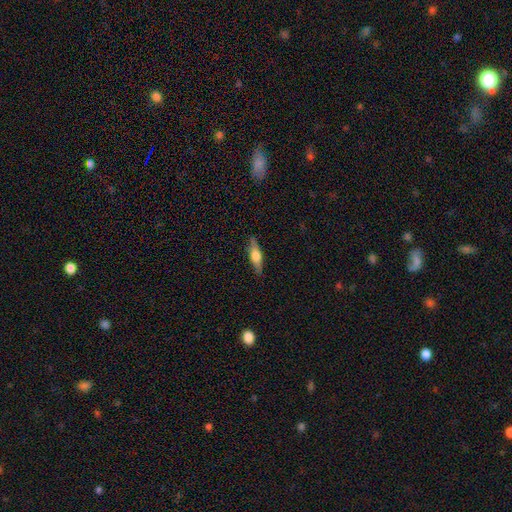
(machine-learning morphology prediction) type=featured or disk (52%); edge-on=yes (94%); merging=none (86%).